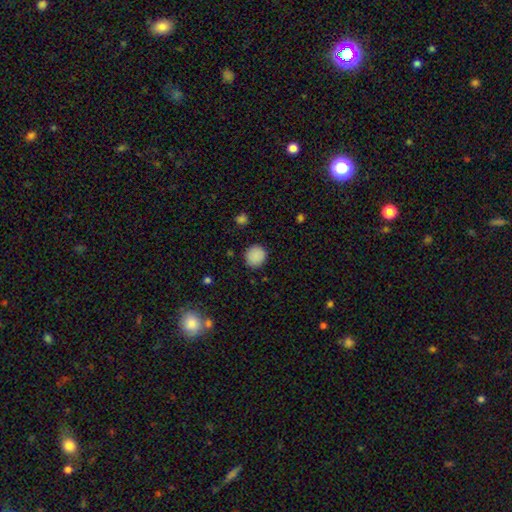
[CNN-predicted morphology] Overall: smooth (88%). How rounded: round (89%). Merging: none (89%).